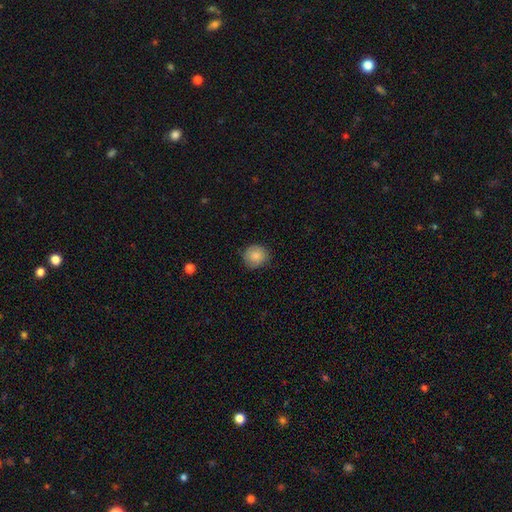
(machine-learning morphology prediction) This is clearly a smooth galaxy (86%). How rounded: clearly round (87%). Merging: clearly none (81%).